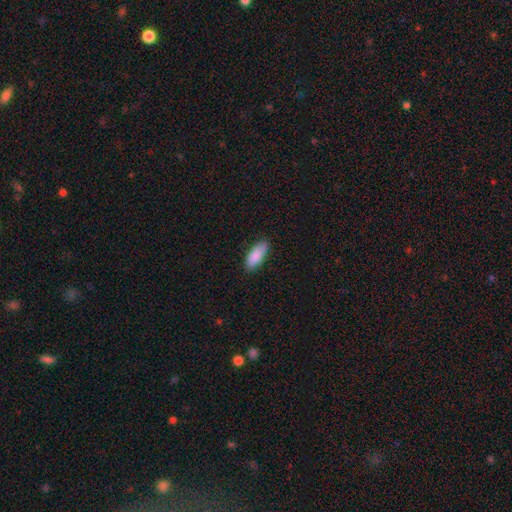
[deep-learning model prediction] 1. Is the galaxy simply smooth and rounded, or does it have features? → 88% smooth, 6% star or artifact, 6% featured or disk.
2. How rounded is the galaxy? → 80% in between, 19% cigar-shaped, 2% round.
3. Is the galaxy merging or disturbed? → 84% none, 13% minor disturbance, 2% major disturbance, 1% merger.